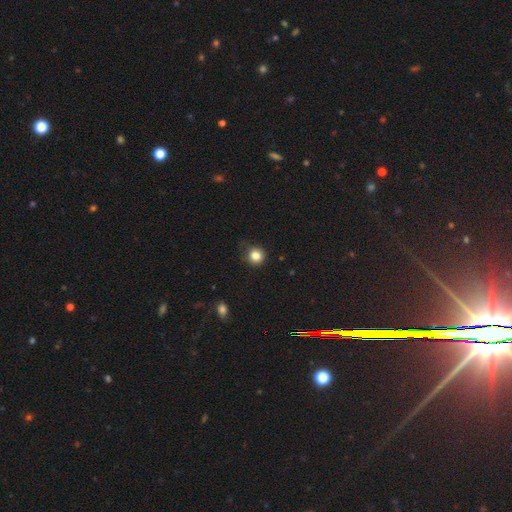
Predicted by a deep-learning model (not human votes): Smooth or featured?
  - smooth: 83% *
  - star or artifact: 12%
  - featured or disk: 5%
How rounded?
  - round: 92% *
  - in between: 7%
  - cigar-shaped: 1%
Merging?
  - none: 76% *
  - minor disturbance: 18%
  - major disturbance: 5%
  - merger: 1%